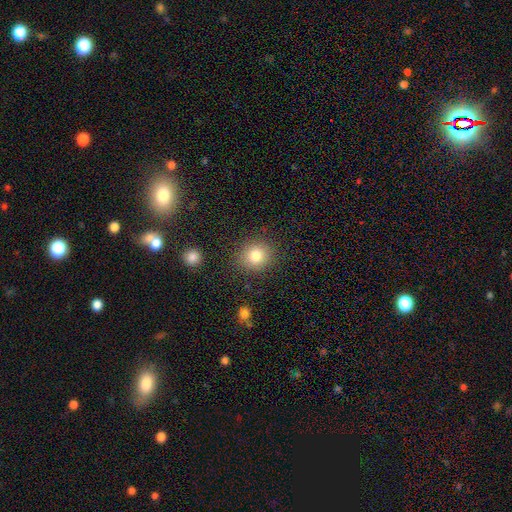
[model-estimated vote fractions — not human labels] Morphology: type=smooth (82%); roundness=round (82%); merging=none (86%).